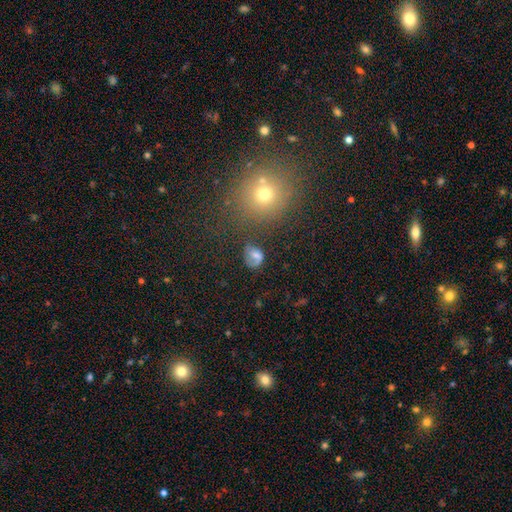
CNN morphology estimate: This appears to be a smooth galaxy with no disk features (56%) that is round (53%). Merging: none (54%).